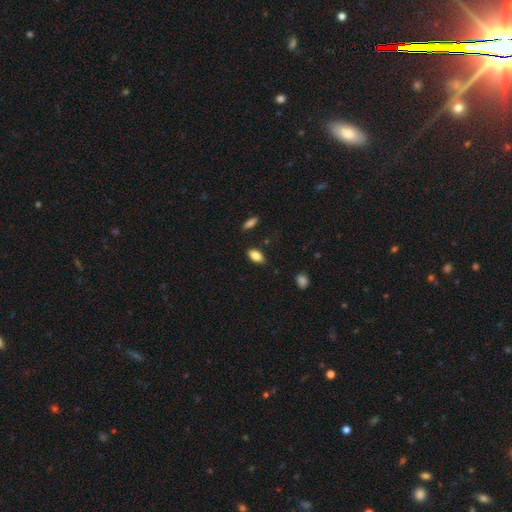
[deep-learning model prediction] smooth 86%, star or artifact 8%, featured or disk 7%. Down the decision tree: how rounded — in between (91%); merging — none (85%).